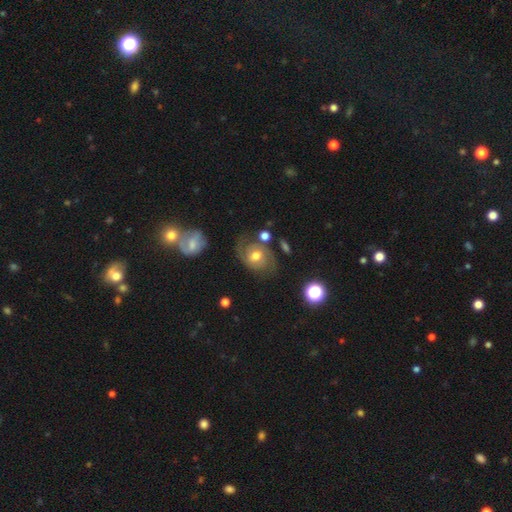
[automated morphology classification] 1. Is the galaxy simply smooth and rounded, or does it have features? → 69% featured or disk, 22% smooth, 9% star or artifact.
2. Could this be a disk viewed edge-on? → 97% no, 3% yes.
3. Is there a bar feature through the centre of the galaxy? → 63% no, 31% weak, 6% strong.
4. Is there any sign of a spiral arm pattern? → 89% yes, 11% no.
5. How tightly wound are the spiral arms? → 44% medium, 38% tight, 17% loose.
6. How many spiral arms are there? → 79% 2, 11% can't tell, 4% 3, 4% 1, 2% 4, 2% more than 4.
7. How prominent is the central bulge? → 72% moderate, 17% small, 9% large, 2% none, 1% dominant.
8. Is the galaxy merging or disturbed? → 61% none, 20% minor disturbance, 12% major disturbance, 6% merger.